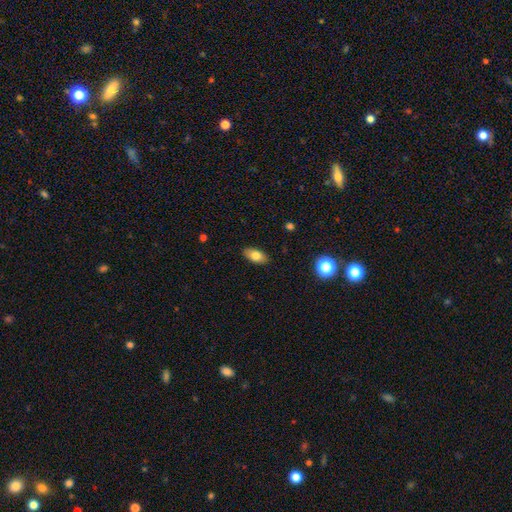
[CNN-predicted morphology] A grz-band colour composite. It shows a smooth galaxy with no disk features (78%) that is in between round and cigar-shaped (90%). Merging: none (88%).